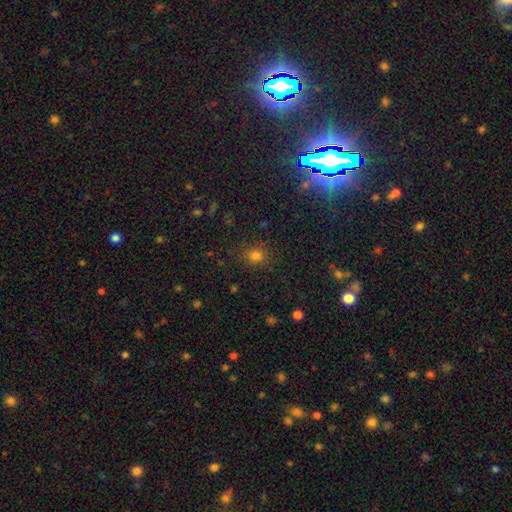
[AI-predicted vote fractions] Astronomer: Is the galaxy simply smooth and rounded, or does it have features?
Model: smooth — 79%.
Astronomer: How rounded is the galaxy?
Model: round — 81%.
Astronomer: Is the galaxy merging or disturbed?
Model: none — 87%.